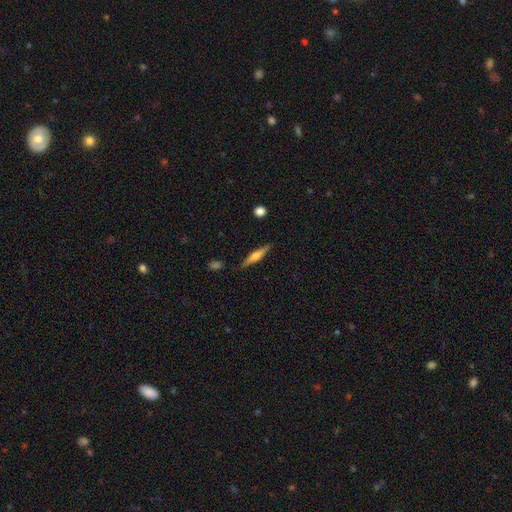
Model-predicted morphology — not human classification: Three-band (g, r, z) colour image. It shows a featured or disk galaxy (55%) viewed edge-on (96%) with a rounded central bulge (82%). Merging: none (86%).